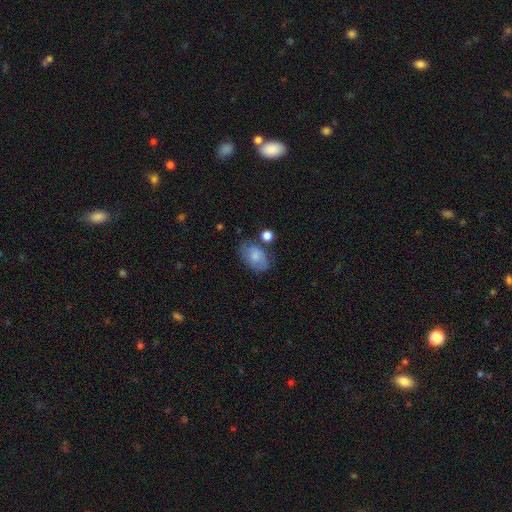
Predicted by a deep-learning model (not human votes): Smooth or featured?
  - smooth: 69% *
  - featured or disk: 23%
  - star or artifact: 8%
How rounded?
  - in between: 84% *
  - round: 14%
  - cigar-shaped: 1%
Merging?
  - none: 57% *
  - minor disturbance: 25%
  - major disturbance: 10%
  - merger: 9%